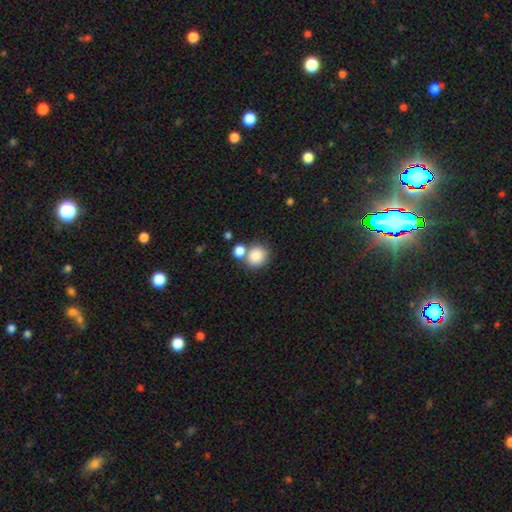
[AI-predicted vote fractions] Morphology: type=smooth (84%); roundness=round (83%); merging=none (55%).